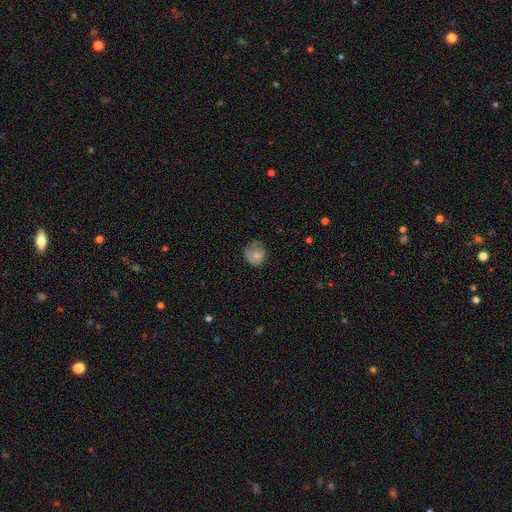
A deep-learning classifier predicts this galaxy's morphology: This appears to be a smooth galaxy with no disk features (67%) that is round (74%). Merging: none (49%).